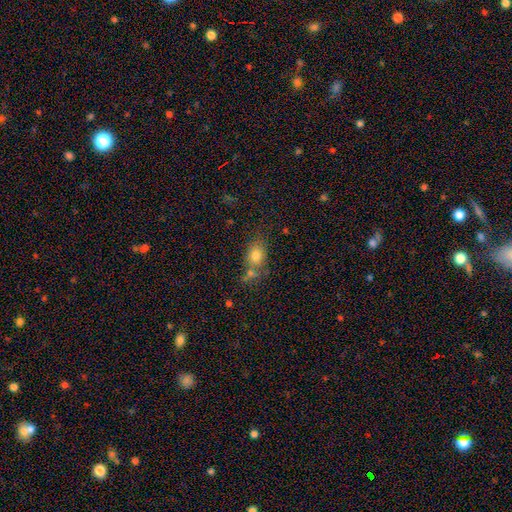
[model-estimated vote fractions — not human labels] The model was most divided on "merging": none: 52%, merger: 24%, minor disturbance: 17%, major disturbance: 7%. More confident: smooth or featured — smooth (75%); how rounded — in between (63%).